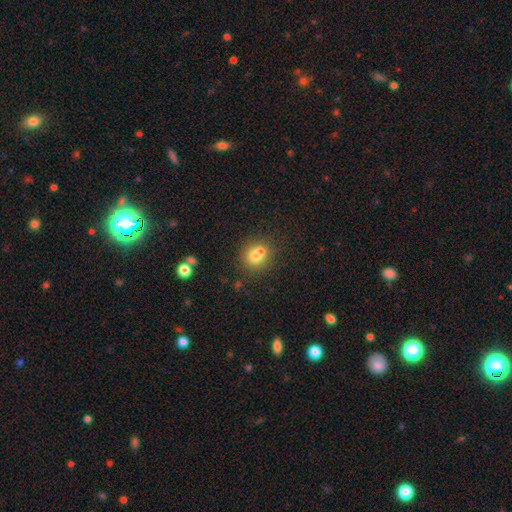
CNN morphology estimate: Smooth or featured?
  - smooth: 71% *
  - featured or disk: 16%
  - star or artifact: 13%
How rounded?
  - round: 81% *
  - in between: 18%
  - cigar-shaped: 1%
Merging?
  - none: 47% *
  - merger: 41%
  - minor disturbance: 9%
  - major disturbance: 3%